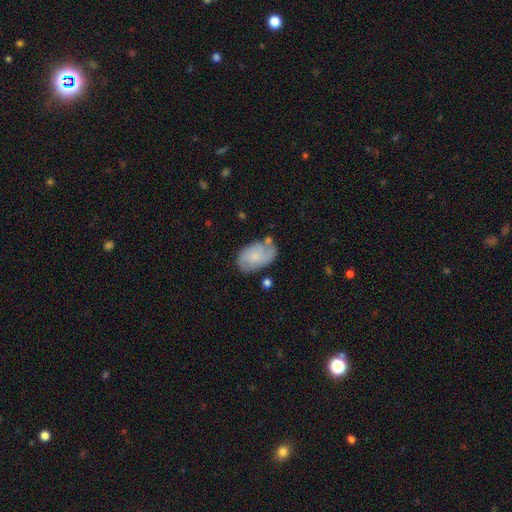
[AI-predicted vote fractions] Overall: smooth (48%; featured or disk 45%). Merging: none (60%; minor disturbance 25%).